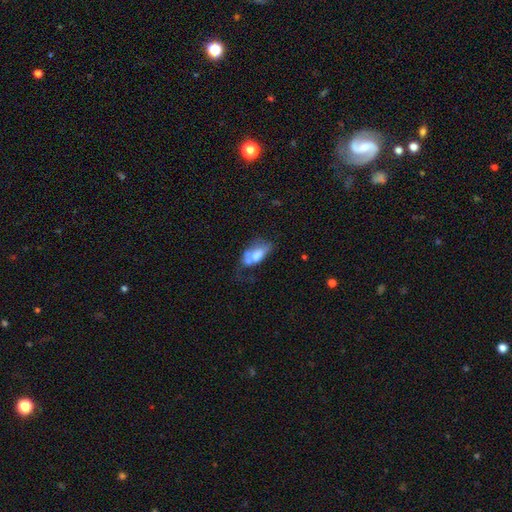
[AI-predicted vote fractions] Smooth or featured?
  - smooth: 58% *
  - featured or disk: 34%
  - star or artifact: 9%
How rounded?
  - in between: 85% *
  - cigar-shaped: 9%
  - round: 7%
Merging?
  - merger: 39% *
  - major disturbance: 22%
  - none: 22%
  - minor disturbance: 17%